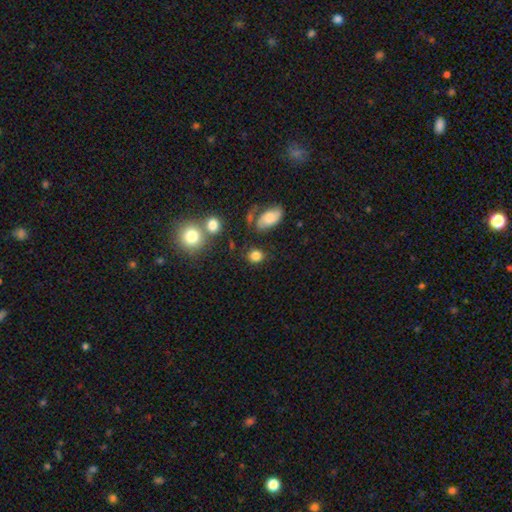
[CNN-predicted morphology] Q: Smooth or featured?
A: smooth (82%); runner-up: star or artifact (10%)
Q: How rounded?
A: round (68%); runner-up: in between (30%)
Q: Merging?
A: none (73%); runner-up: minor disturbance (14%)